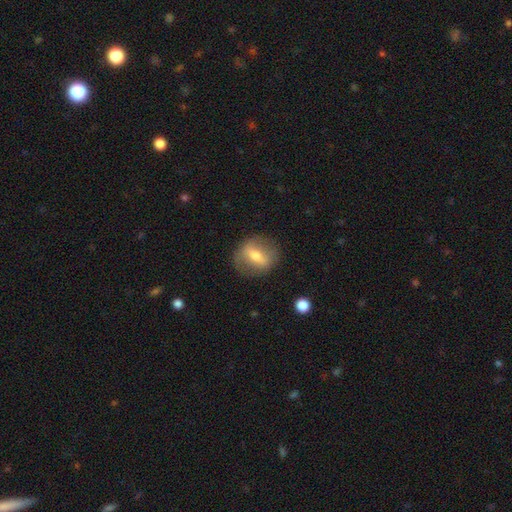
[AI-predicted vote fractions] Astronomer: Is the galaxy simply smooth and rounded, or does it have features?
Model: smooth — 46%, tied with featured or disk at 46%.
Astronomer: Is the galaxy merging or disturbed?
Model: none — 80%.